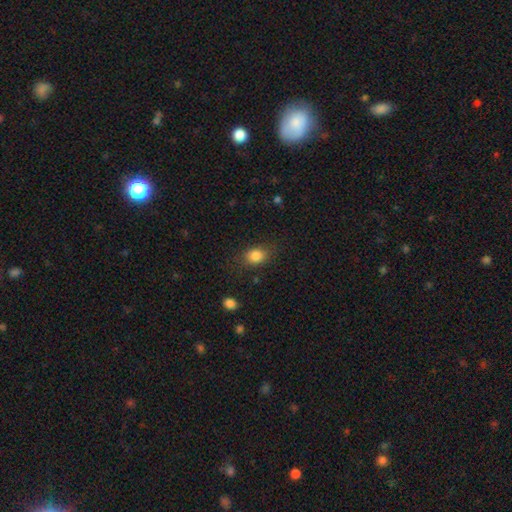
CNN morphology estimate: type=smooth (84%); roundness=in between (60%); merging=none (77%).